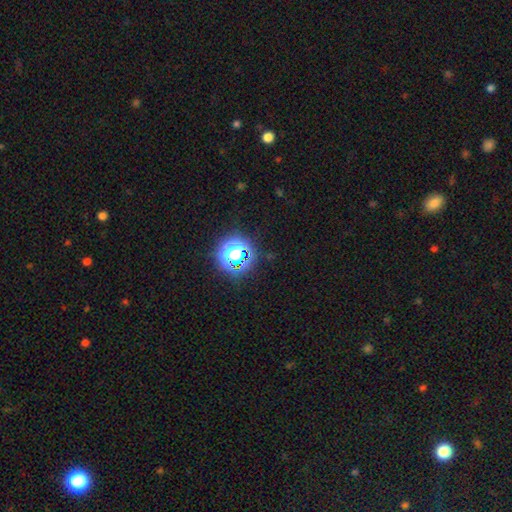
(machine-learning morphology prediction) A star or artifact, not a galaxy (76%).